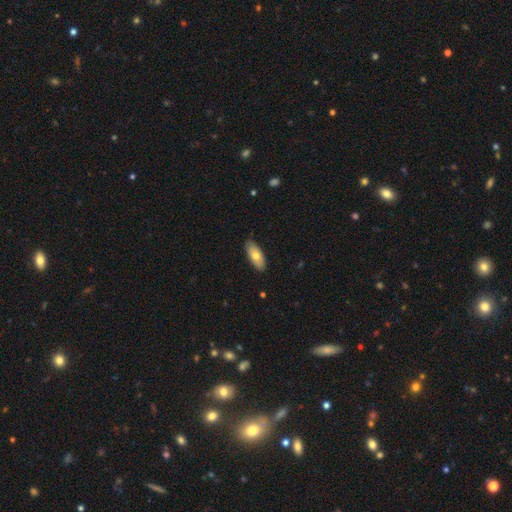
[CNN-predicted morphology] smooth 69%, featured or disk 25%, star or artifact 6%. Down the decision tree: how rounded — in between (83%); merging — none (87%).